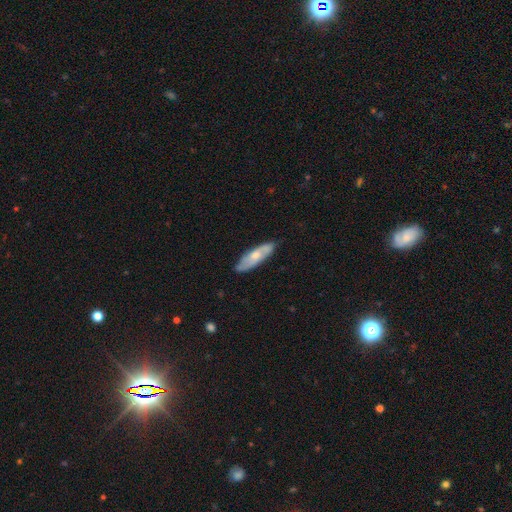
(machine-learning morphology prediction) Smooth or featured: smooth — 50% (featured or disk — 44%)
Merging: none — 81% (minor disturbance — 15%)